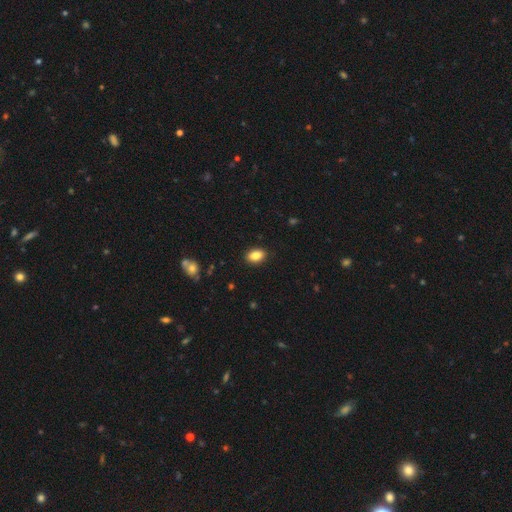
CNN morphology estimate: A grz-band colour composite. It shows a smooth galaxy with no disk features (87%) that is in between round and cigar-shaped (87%). Merging: none (89%).